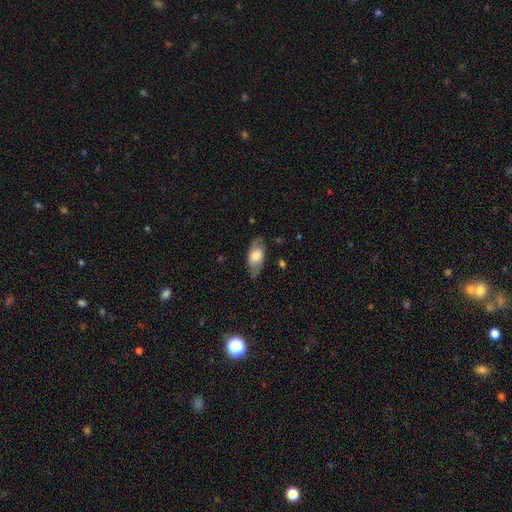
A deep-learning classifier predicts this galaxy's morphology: A smooth galaxy with no disk features (69%) that is in between round and cigar-shaped (89%). Merging: none (75%).